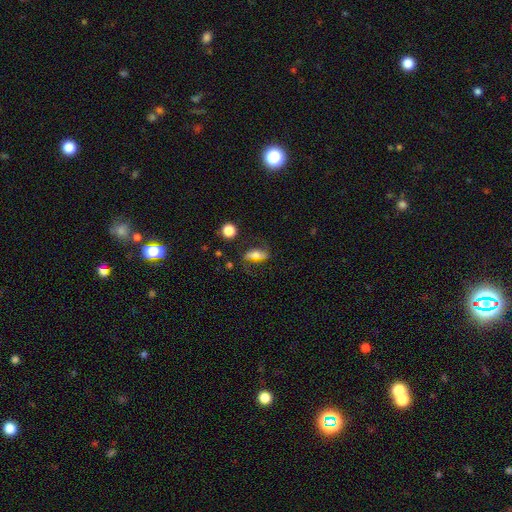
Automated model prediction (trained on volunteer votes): Smooth or featured? featured or disk (46%)
Merging? none (64%)